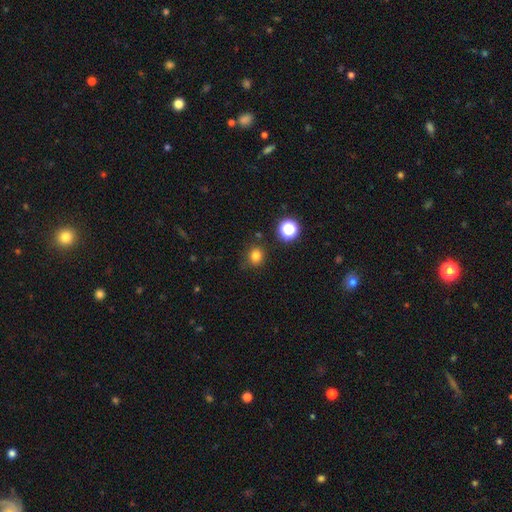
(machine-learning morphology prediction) Smooth or featured?
  - smooth: 80% *
  - star or artifact: 16%
  - featured or disk: 5%
How rounded?
  - round: 78% *
  - in between: 21%
  - cigar-shaped: 1%
Merging?
  - none: 83% *
  - minor disturbance: 11%
  - major disturbance: 3%
  - merger: 3%